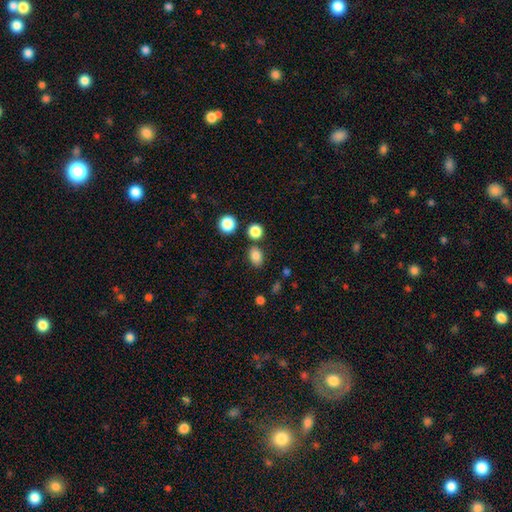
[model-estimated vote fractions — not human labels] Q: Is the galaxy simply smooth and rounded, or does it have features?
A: smooth — 83%.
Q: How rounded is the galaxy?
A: in between — 66%.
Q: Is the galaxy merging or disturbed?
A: none — 78%.